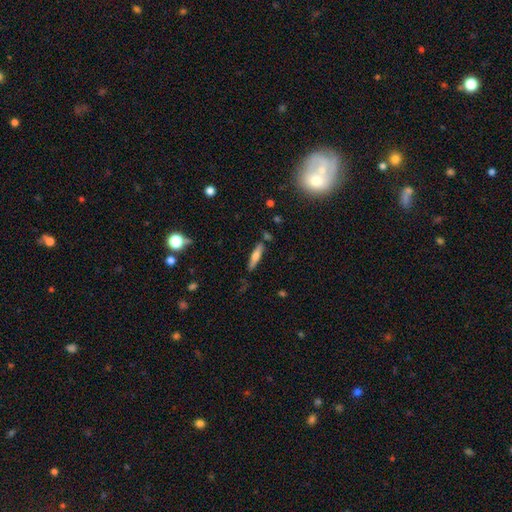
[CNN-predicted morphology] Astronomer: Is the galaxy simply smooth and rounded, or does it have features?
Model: smooth — 56% (runner-up: featured or disk, 36%).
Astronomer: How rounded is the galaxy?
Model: cigar-shaped — 81%.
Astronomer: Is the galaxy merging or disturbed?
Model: none — 78%.